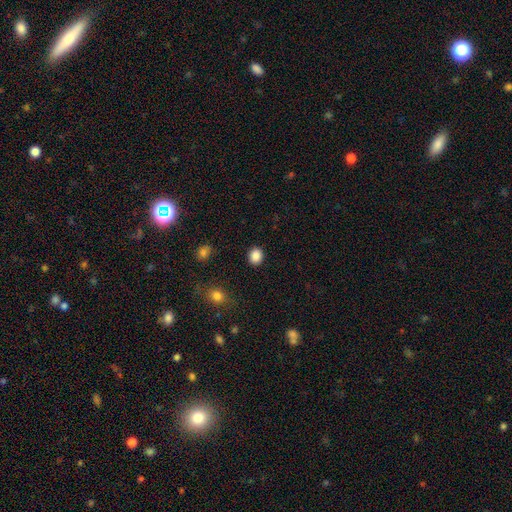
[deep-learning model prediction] Smooth or featured: smooth — 88% (star or artifact — 9%)
How rounded: round — 59% (in between — 40%)
Merging: none — 89% (minor disturbance — 7%)